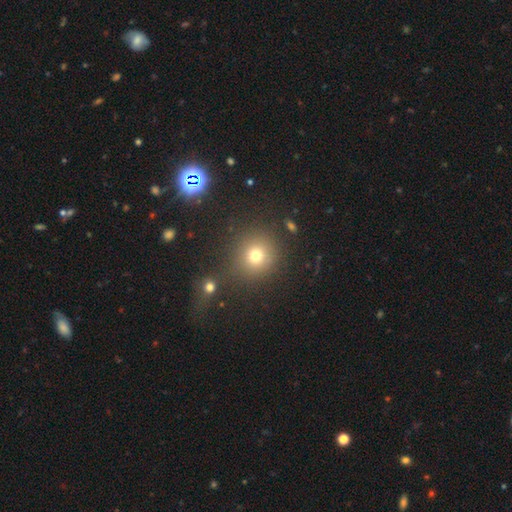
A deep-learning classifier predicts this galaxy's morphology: A smooth galaxy with no disk features (73%) that is round (88%). Merging: none (78%).